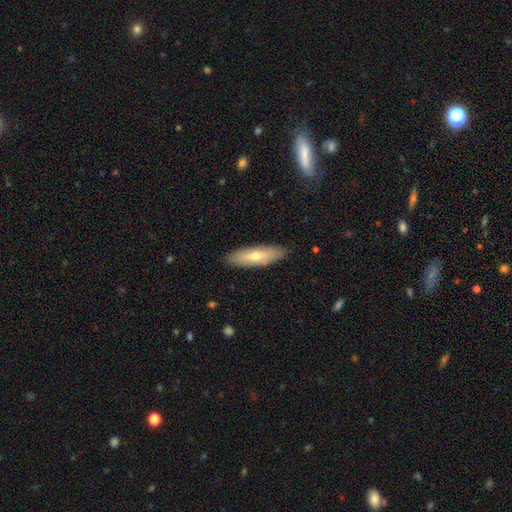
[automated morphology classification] A smooth galaxy with no disk features (55%) that is cigar-shaped (50%).

Vote fractions:
- Smooth or featured? smooth: 55% / featured or disk: 39% / star or artifact: 6%
- How rounded? cigar-shaped: 50% / in between: 48% / round: 2%
- Merging? none: 87% / minor disturbance: 9% / major disturbance: 2% / merger: 1%